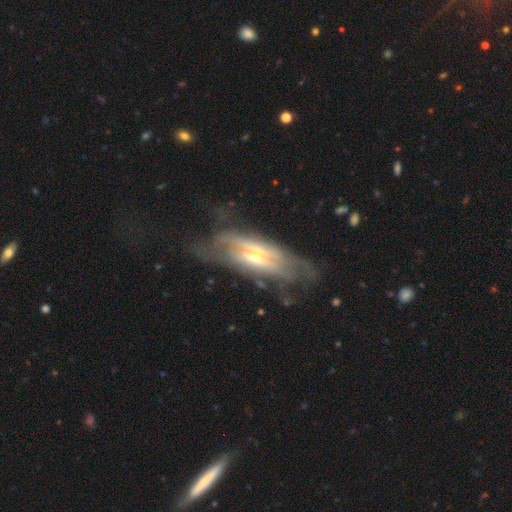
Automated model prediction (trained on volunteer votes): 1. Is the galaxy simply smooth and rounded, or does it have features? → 76% featured or disk, 17% smooth, 7% star or artifact.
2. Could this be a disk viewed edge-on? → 53% no, 47% yes.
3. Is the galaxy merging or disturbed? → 53% none, 24% minor disturbance, 20% major disturbance, 3% merger.